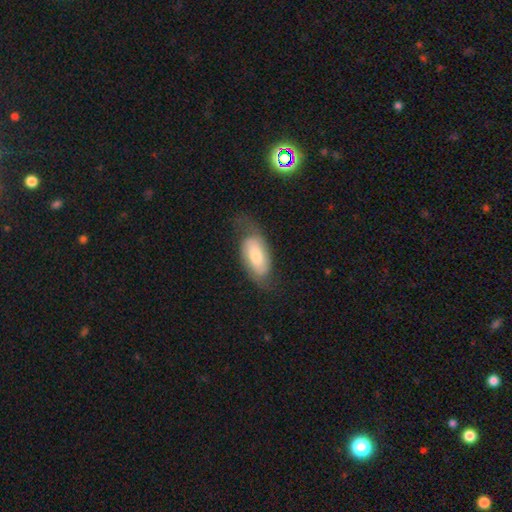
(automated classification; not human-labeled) smooth-or-featured: featured or disk: 47% | smooth: 46% | star or artifact: 8%
  merging: none: 53% | minor disturbance: 26% | major disturbance: 19% | merger: 2%